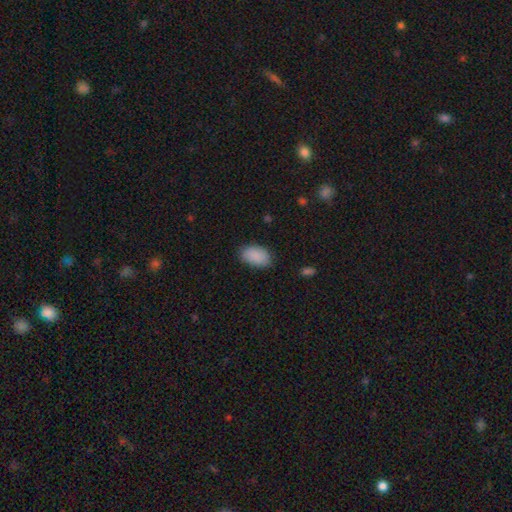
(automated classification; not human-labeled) This is clearly a smooth galaxy (89%). How rounded: clearly in between (91%). Merging: likely none (79%).